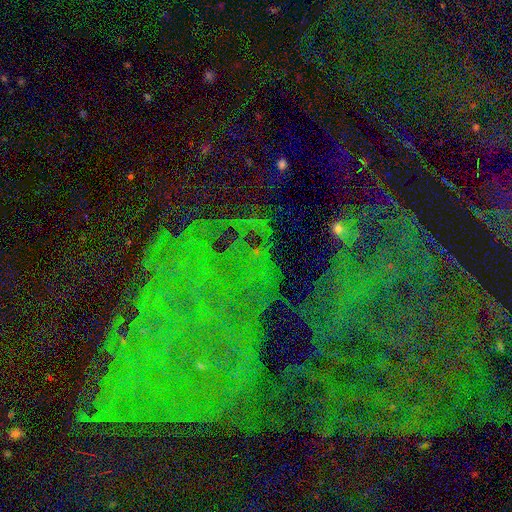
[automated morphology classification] This is likely a star or artifact rather than a galaxy (78%).